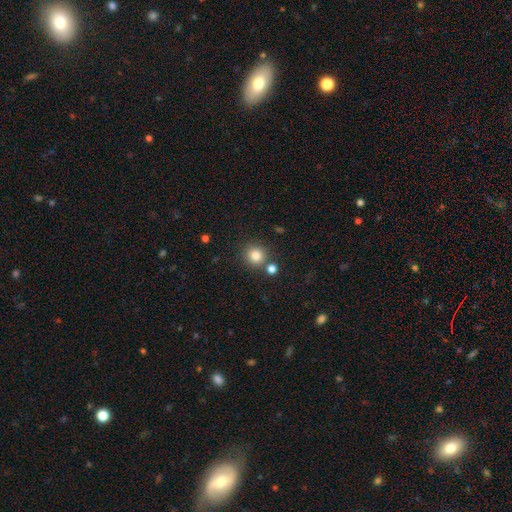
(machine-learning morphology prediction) smooth_or_featured: smooth (p=0.82) [alt: star or artifact p=0.12]
how_rounded: round (p=0.91) [alt: in between p=0.08]
merging: none (p=0.80) [alt: merger p=0.10]